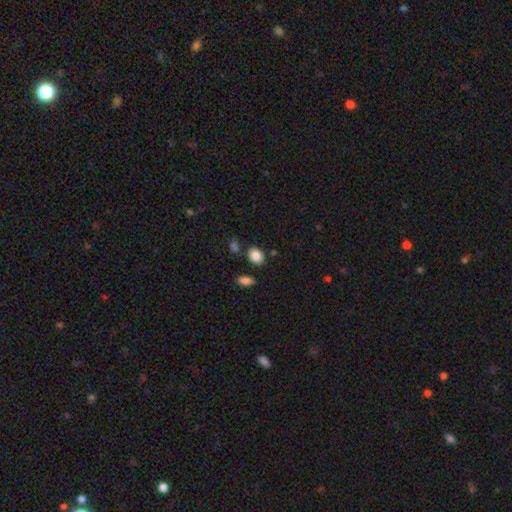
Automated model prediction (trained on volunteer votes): This is clearly a smooth galaxy (87%). How rounded: likely in between (63%). Merging: likely none (80%).